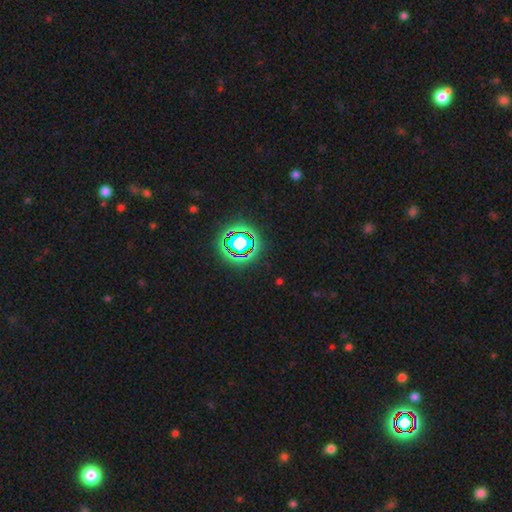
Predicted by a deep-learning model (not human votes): Smooth or featured?
  - star or artifact: 76% *
  - smooth: 15%
  - featured or disk: 8%